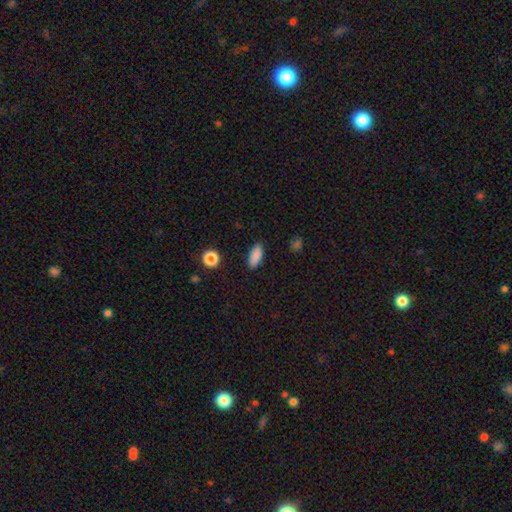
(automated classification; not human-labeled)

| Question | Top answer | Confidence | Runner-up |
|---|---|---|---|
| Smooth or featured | smooth | 88% | star or artifact (8%) |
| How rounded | in between | 84% | cigar-shaped (13%) |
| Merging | none | 88% | minor disturbance (8%) |